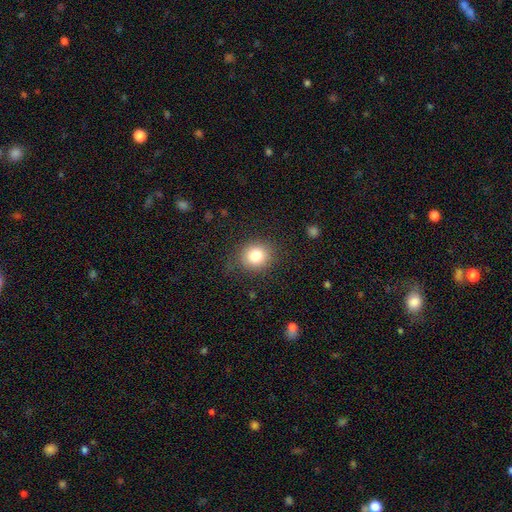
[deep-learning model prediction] smooth-or-featured: smooth: 81% | star or artifact: 11% | featured or disk: 8%
  how-rounded: round: 84% | in between: 15% | cigar-shaped: 1%
  merging: none: 83% | minor disturbance: 11% | major disturbance: 4% | merger: 1%